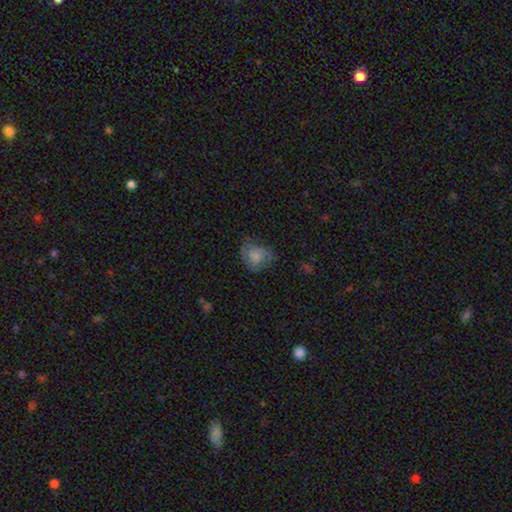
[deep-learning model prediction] Smooth or featured? smooth (73%)
How rounded? round (64%)
Merging? none (55%)